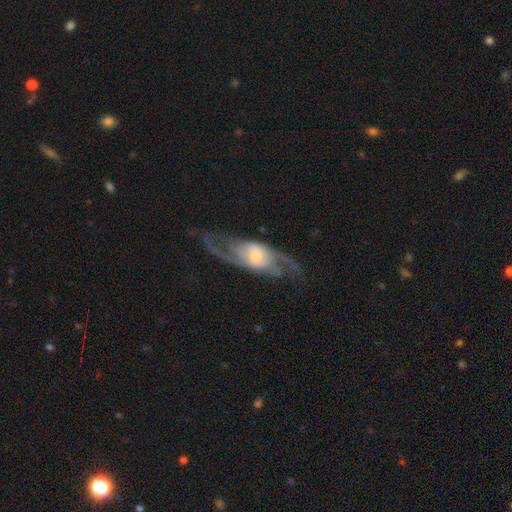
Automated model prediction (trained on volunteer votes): This appears to be a featured or disk galaxy (84%) with no bar (52%), 2 (87%) loose (45%) spiral arms (93%) and a moderate central bulge (49%). Merging: none (70%).